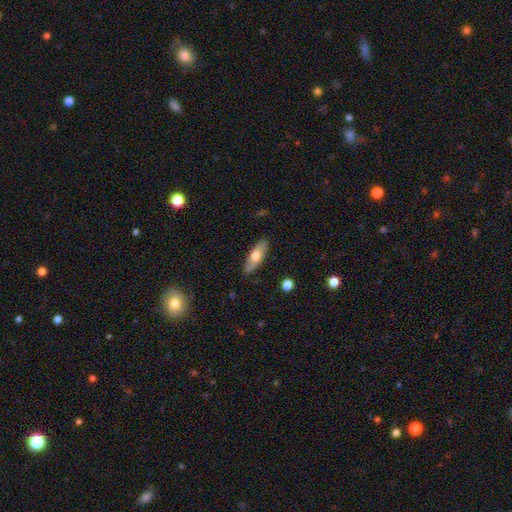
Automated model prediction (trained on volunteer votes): This appears to be a smooth galaxy with no disk features (65%) that is in between round and cigar-shaped (64%). Merging: none (85%).